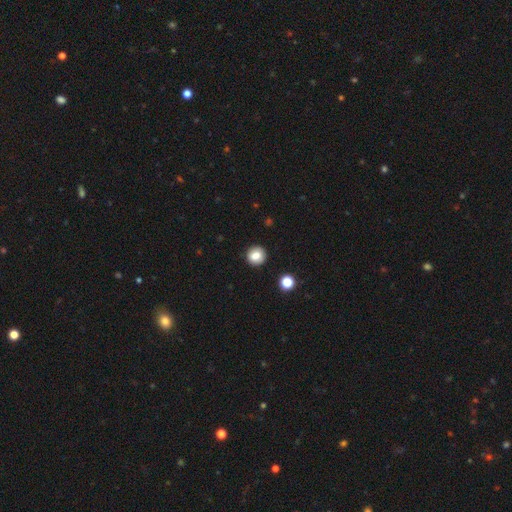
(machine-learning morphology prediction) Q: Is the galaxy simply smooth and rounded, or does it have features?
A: smooth — 82%.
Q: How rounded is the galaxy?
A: round — 93%.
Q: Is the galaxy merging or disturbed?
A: none — 91%.